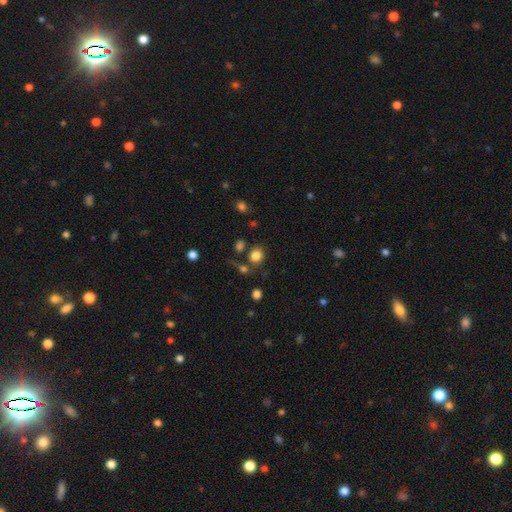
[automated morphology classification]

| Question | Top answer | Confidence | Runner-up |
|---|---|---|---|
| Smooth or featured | smooth | 81% | star or artifact (12%) |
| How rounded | round | 67% | in between (32%) |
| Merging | none | 68% | merger (14%) |